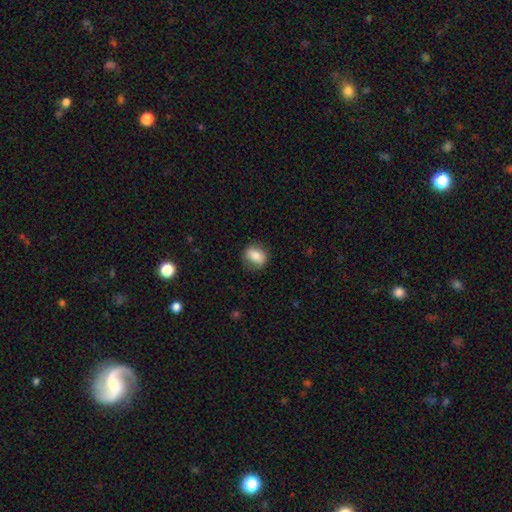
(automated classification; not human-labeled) A smooth galaxy with no disk features (81%) that is in between round and cigar-shaped (58%).

Vote fractions:
- Smooth or featured? smooth: 81% / featured or disk: 11% / star or artifact: 8%
- How rounded? in between: 58% / round: 40% / cigar-shaped: 2%
- Merging? none: 79% / minor disturbance: 16% / major disturbance: 4% / merger: 1%